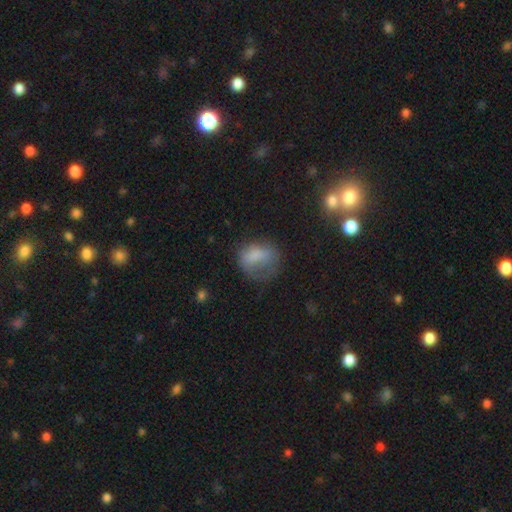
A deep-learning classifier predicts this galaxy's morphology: Overall: smooth (71%). How rounded: round (50%; in between 48%). Merging: none (39%; major disturbance 31%).